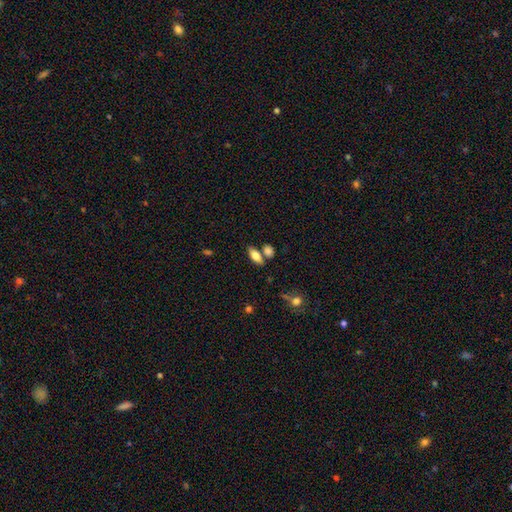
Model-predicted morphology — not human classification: Overall: smooth (75%). How rounded: in between (80%). Merging: none (66%).